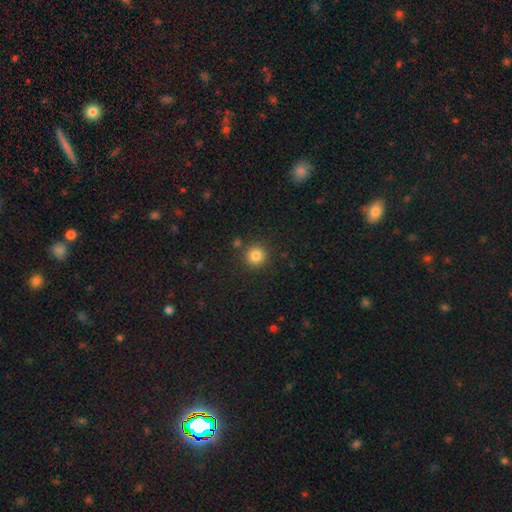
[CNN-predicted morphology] Smooth or featured?
  - smooth: 84% *
  - star or artifact: 11%
  - featured or disk: 5%
How rounded?
  - round: 93% *
  - in between: 6%
  - cigar-shaped: 1%
Merging?
  - none: 86% *
  - minor disturbance: 8%
  - merger: 4%
  - major disturbance: 3%